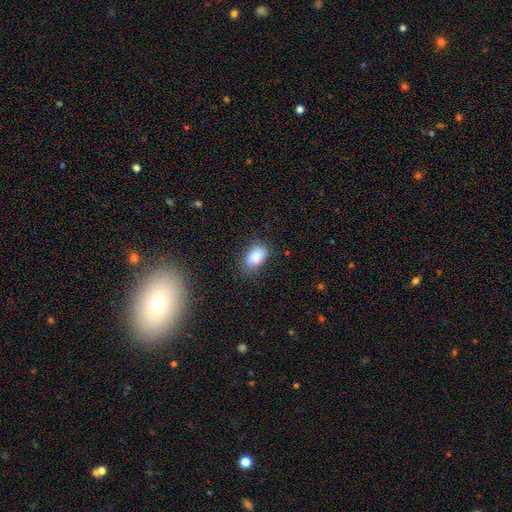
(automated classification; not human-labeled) A smooth galaxy with no disk features (84%) that is in between round and cigar-shaped (87%). Merging: none (64%).